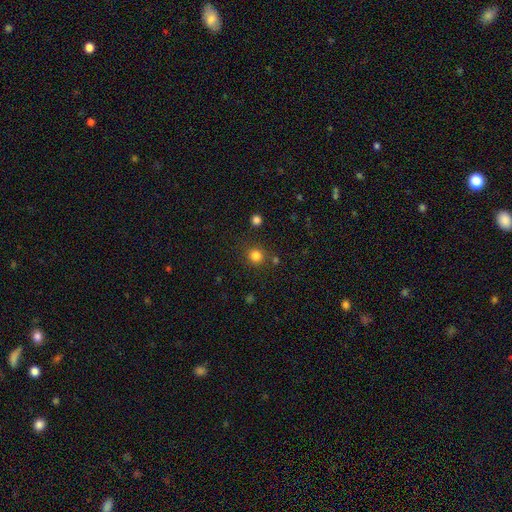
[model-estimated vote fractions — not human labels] A smooth galaxy with no disk features (82%) that is round (90%). Merging: none (82%).